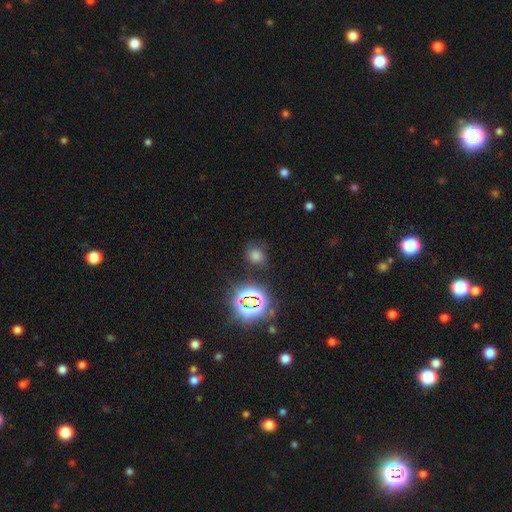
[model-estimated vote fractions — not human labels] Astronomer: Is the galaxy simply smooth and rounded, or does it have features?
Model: smooth — 55% (runner-up: star or artifact, 34%).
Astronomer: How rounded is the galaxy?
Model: round — 72%.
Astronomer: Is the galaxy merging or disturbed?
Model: none — 69%.